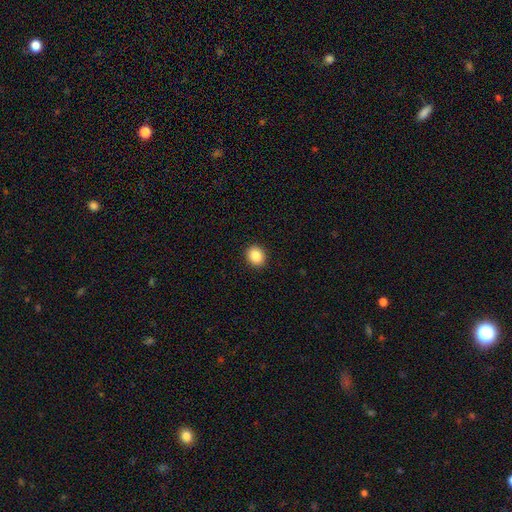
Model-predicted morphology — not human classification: A smooth galaxy with no disk features (87%) that is round (71%).

Vote fractions:
- Smooth or featured? smooth: 87% / star or artifact: 9% / featured or disk: 4%
- How rounded? round: 71% / in between: 28% / cigar-shaped: 1%
- Merging? none: 92% / minor disturbance: 5% / major disturbance: 2% / merger: 1%